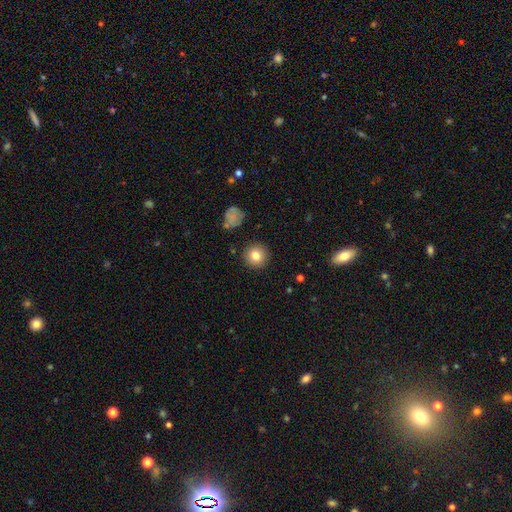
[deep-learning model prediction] This is clearly a smooth galaxy (80%). How rounded: clearly round (94%). Merging: clearly none (90%).